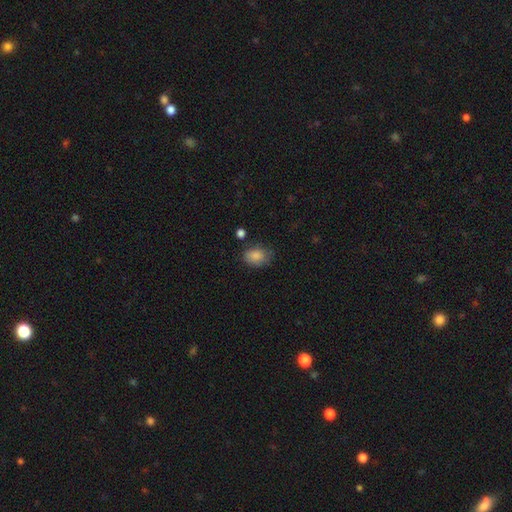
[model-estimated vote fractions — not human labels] Smooth or featured: smooth — 84% (star or artifact — 8%)
How rounded: in between — 72% (round — 27%)
Merging: none — 61% (minor disturbance — 28%)